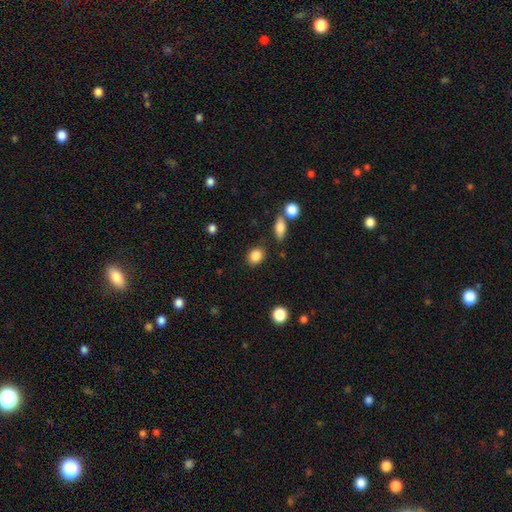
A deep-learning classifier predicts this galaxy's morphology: A smooth galaxy with no disk features (86%) that is in between round and cigar-shaped (54%). Merging: none (82%).